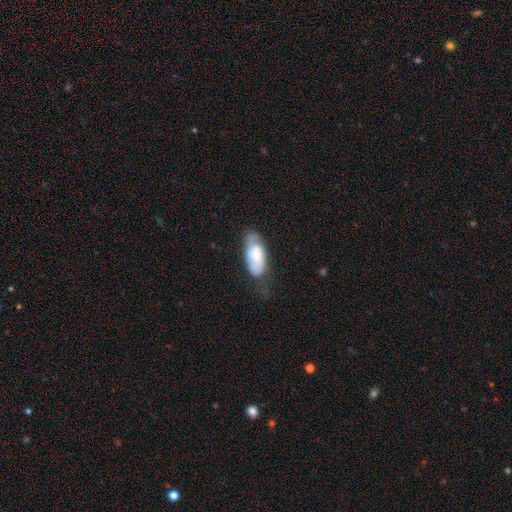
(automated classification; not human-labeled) Q: Smooth or featured?
A: smooth (66%); runner-up: featured or disk (28%)
Q: How rounded?
A: in between (86%); runner-up: cigar-shaped (11%)
Q: Merging?
A: none (43%); runner-up: minor disturbance (34%)